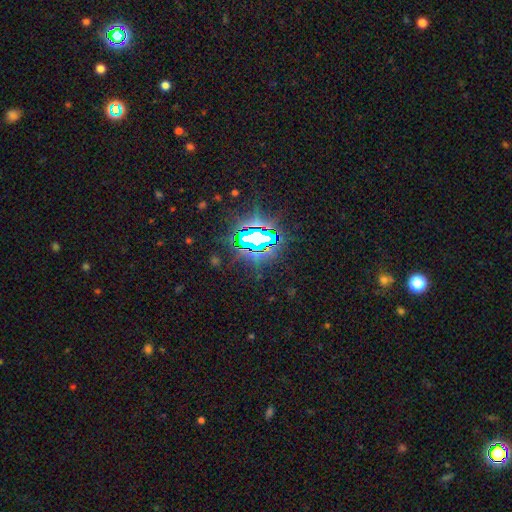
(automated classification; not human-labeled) Smooth or featured? star or artifact (82%)